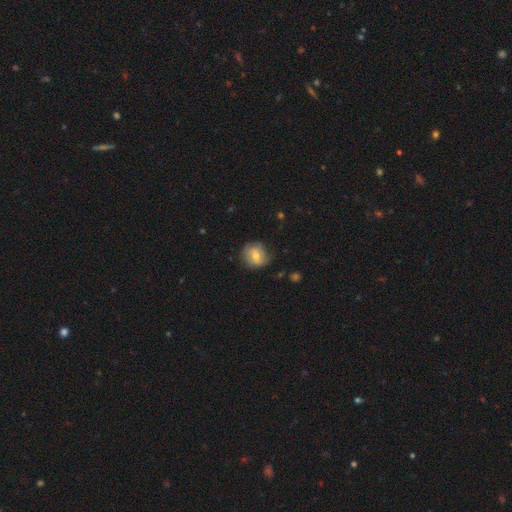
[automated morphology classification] smooth 64%, featured or disk 28%, star or artifact 8%. Down the decision tree: how rounded — round (81%); merging — none (70%).